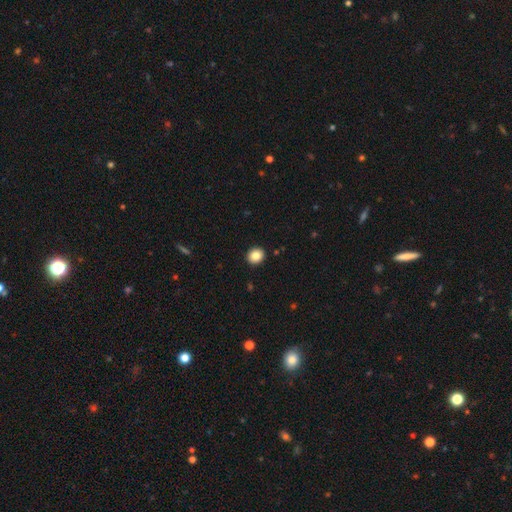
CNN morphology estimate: This is clearly a smooth galaxy (85%). How rounded: likely round (79%). Merging: clearly none (92%).